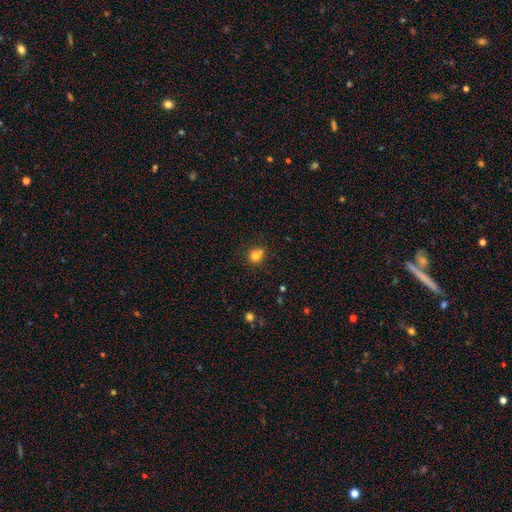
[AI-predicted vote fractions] The model was most divided on "merging": none: 63%, merger: 20%, minor disturbance: 13%, major disturbance: 4%. More confident: how rounded — round (84%); smooth or featured — smooth (79%).